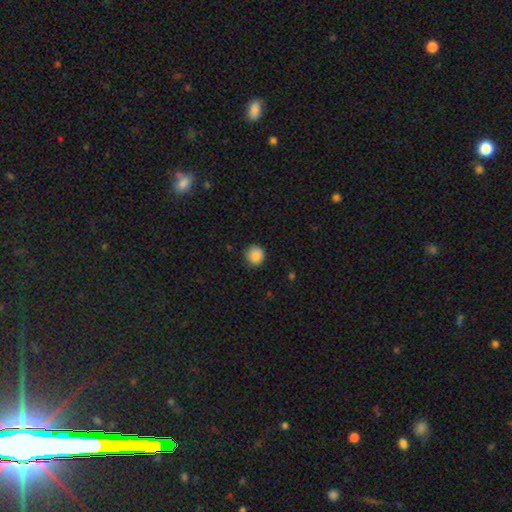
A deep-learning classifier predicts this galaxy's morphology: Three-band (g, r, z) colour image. It shows a smooth galaxy with no disk features (88%) that is round (92%). Merging: none (84%).